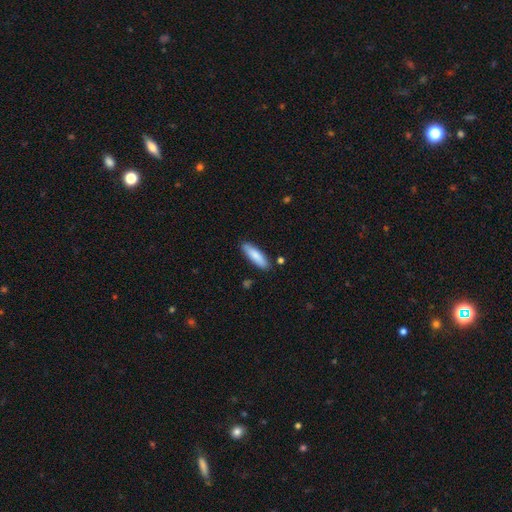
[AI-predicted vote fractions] Smooth or featured?
  - smooth: 84% *
  - featured or disk: 11%
  - star or artifact: 6%
How rounded?
  - cigar-shaped: 56% *
  - in between: 42%
  - round: 1%
Merging?
  - none: 85% *
  - minor disturbance: 11%
  - merger: 2%
  - major disturbance: 2%